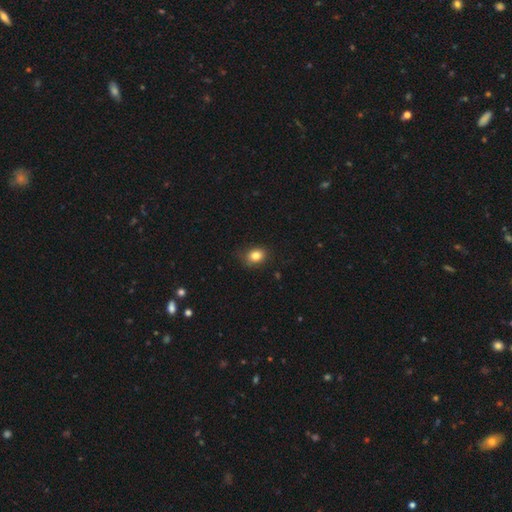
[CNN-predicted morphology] smooth_or_featured: smooth (p=0.83) [alt: star or artifact p=0.11]
how_rounded: in between (p=0.54) [alt: round p=0.45]
merging: none (p=0.75) [alt: minor disturbance p=0.20]